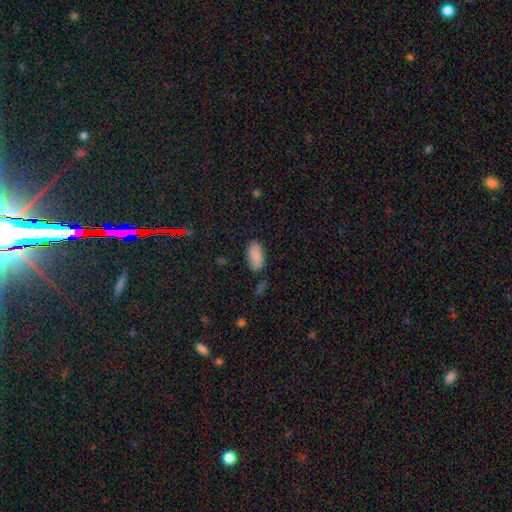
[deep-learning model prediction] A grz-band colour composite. It shows a smooth galaxy with no disk features (87%) that is in between round and cigar-shaped (94%). Merging: none (82%).